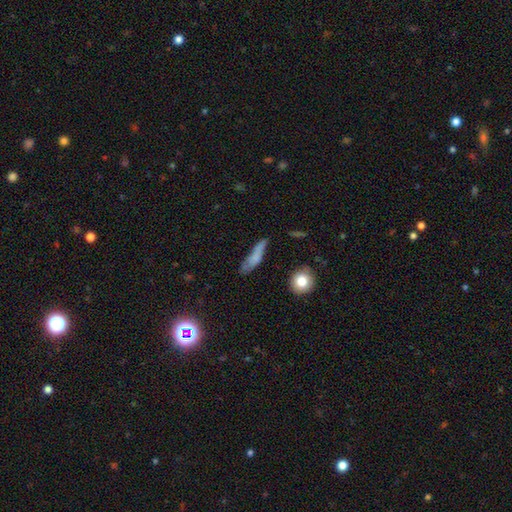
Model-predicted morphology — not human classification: This is likely a smooth galaxy (66%). How rounded: likely cigar-shaped (71%). Merging: possibly none (55%).